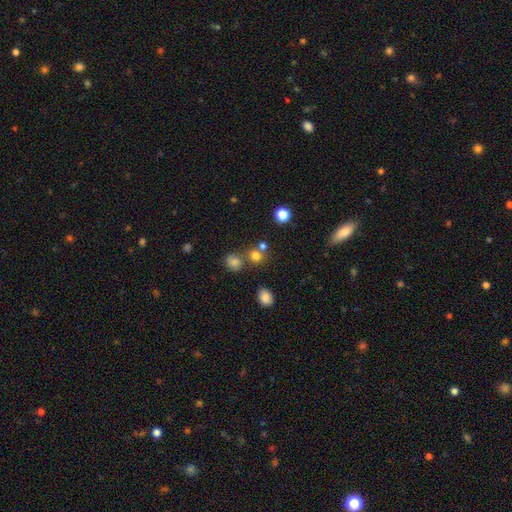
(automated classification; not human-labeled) The model was most divided on "merging": none: 64%, merger: 24%, minor disturbance: 8%, major disturbance: 4%. More confident: how rounded — round (86%); smooth or featured — smooth (73%).